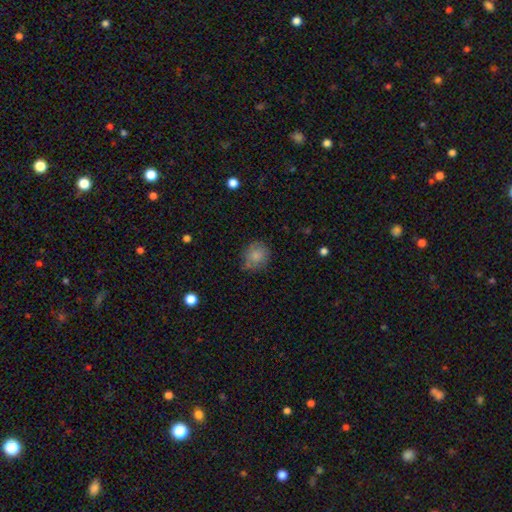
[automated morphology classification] A smooth galaxy with no disk features (82%) that is round (84%).

Vote fractions:
- Smooth or featured? smooth: 82% / star or artifact: 9% / featured or disk: 9%
- How rounded? round: 84% / in between: 15% / cigar-shaped: 1%
- Merging? none: 71% / minor disturbance: 20% / major disturbance: 5% / merger: 4%